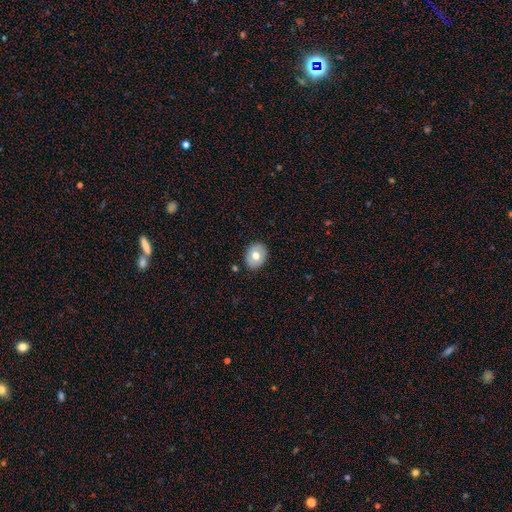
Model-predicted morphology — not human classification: smooth-or-featured: smooth: 65% | featured or disk: 28% | star or artifact: 7%
  how-rounded: in between: 53% | round: 46% | cigar-shaped: 1%
  merging: none: 88% | minor disturbance: 9% | major disturbance: 2% | merger: 1%